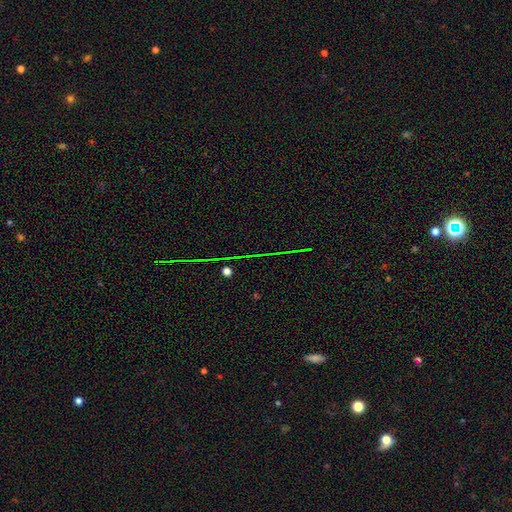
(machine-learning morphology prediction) This appears to be a star or artifact, not a galaxy (75%).